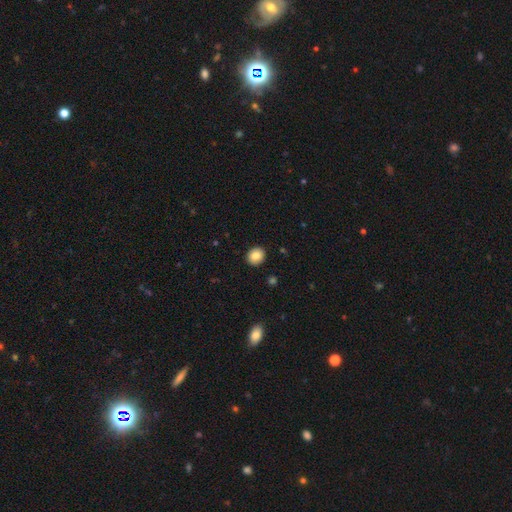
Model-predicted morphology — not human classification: The model was most divided on "how rounded": round: 78%, in between: 21%, cigar-shaped: 1%. More confident: merging — none (92%); smooth or featured — smooth (83%).